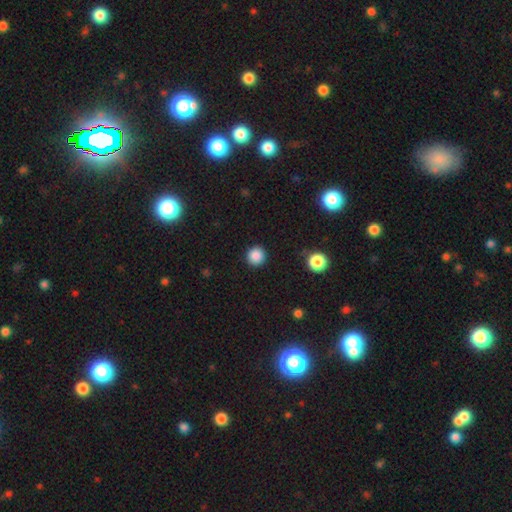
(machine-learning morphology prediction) Smooth or featured? Predicted: smooth (p=0.87). How rounded? Predicted: round (p=0.95). Merging? Predicted: none (p=0.91).